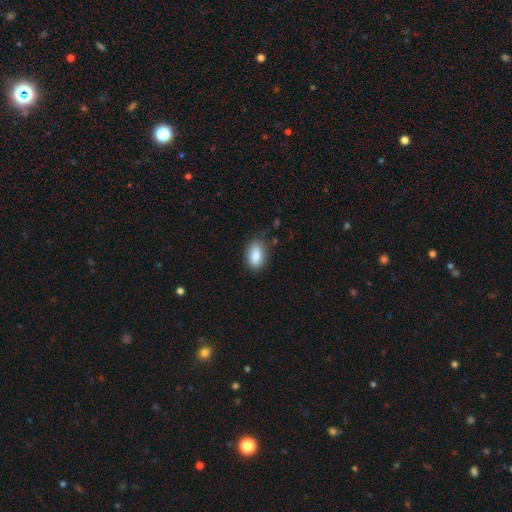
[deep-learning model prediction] Q: Smooth or featured?
A: smooth (86%); runner-up: star or artifact (8%)
Q: How rounded?
A: in between (88%); runner-up: round (10%)
Q: Merging?
A: none (78%); runner-up: minor disturbance (17%)